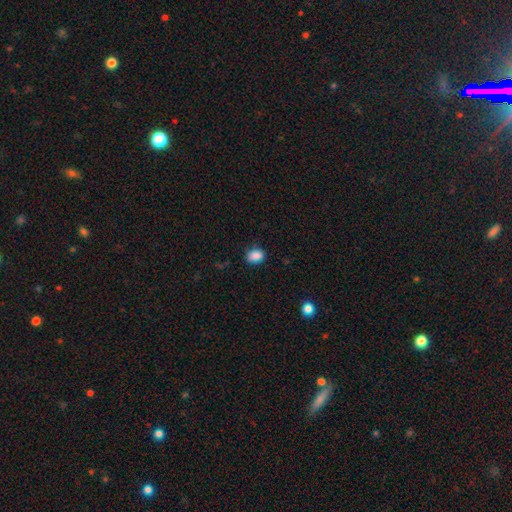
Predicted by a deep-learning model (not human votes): A smooth galaxy with no disk features (87%) that is in between round and cigar-shaped (64%).

Vote fractions:
- Smooth or featured? smooth: 87% / star or artifact: 9% / featured or disk: 4%
- How rounded? in between: 64% / round: 35% / cigar-shaped: 1%
- Merging? none: 78% / minor disturbance: 17% / major disturbance: 3% / merger: 1%